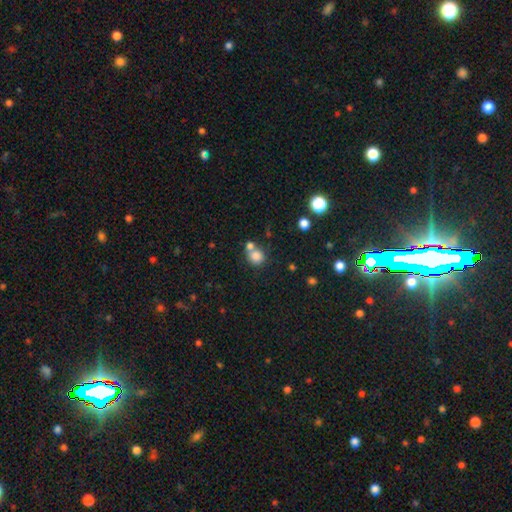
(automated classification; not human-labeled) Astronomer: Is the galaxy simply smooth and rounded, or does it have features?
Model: smooth — 81%.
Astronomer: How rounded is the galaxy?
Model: round — 85%.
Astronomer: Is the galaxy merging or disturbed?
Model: none — 52% (runner-up: merger, 35%).